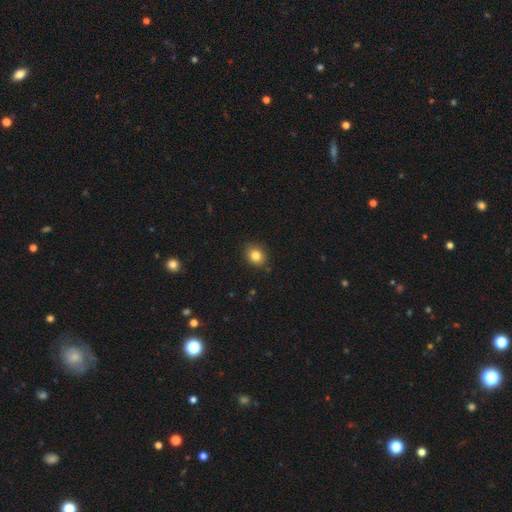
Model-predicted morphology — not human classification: Smooth or featured? smooth (83%)
How rounded? round (62%)
Merging? none (87%)